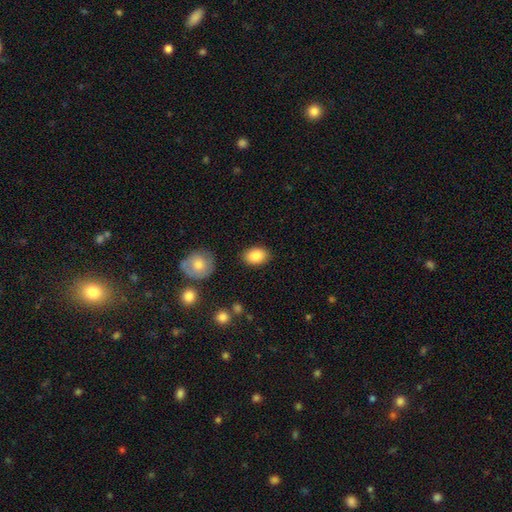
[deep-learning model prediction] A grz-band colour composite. It shows a smooth galaxy with no disk features (86%) that is in between round and cigar-shaped (78%). Merging: none (86%).